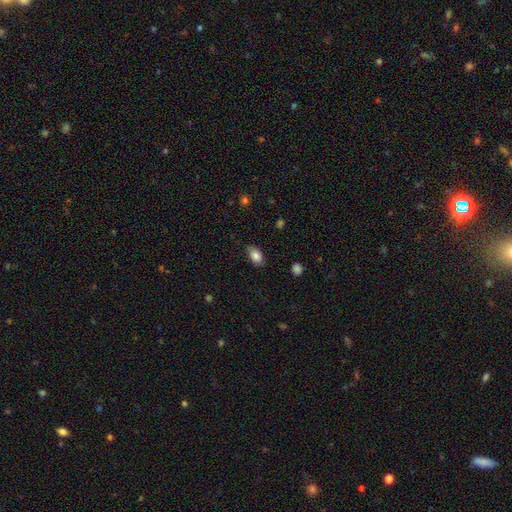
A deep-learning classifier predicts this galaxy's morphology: Overall: smooth (84%). How rounded: in between (88%). Merging: none (73%).